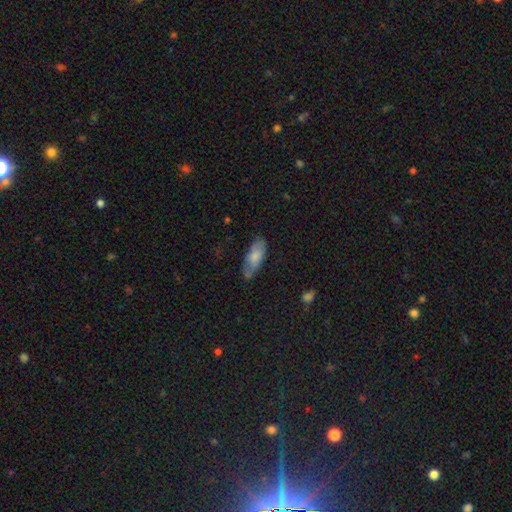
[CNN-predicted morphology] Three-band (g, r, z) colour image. It shows a smooth galaxy with no disk features (69%) that is in between round and cigar-shaped (76%). Merging: none (67%).